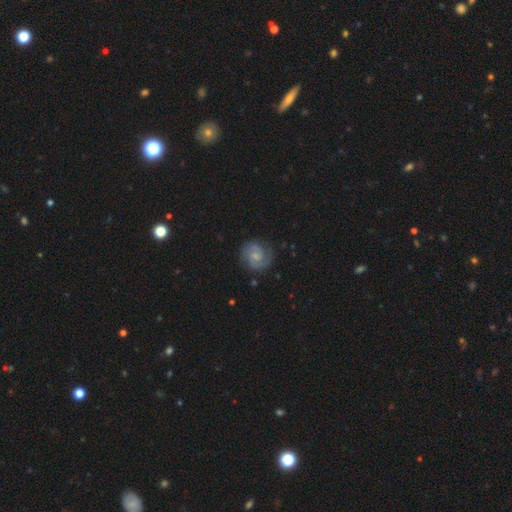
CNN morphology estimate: Smooth or featured?
  - featured or disk: 80% *
  - smooth: 14%
  - star or artifact: 6%
Edge-on disk?
  - no: 98% *
  - yes: 2%
Bar?
  - no: 57% *
  - weak: 38%
  - strong: 5%
Spiral arms?
  - yes: 97% *
  - no: 3%
Spiral winding?
  - tight: 51% *
  - medium: 40%
  - loose: 9%
Spiral arm count?
  - 2: 84% *
  - can't tell: 7%
  - 3: 5%
  - 1: 2%
  - 4: 2%
  - more than 4: 1%
Bulge size?
  - small: 61% *
  - moderate: 27%
  - none: 9%
  - large: 2%
  - dominant: 1%
Merging?
  - none: 81% *
  - minor disturbance: 13%
  - major disturbance: 4%
  - merger: 1%